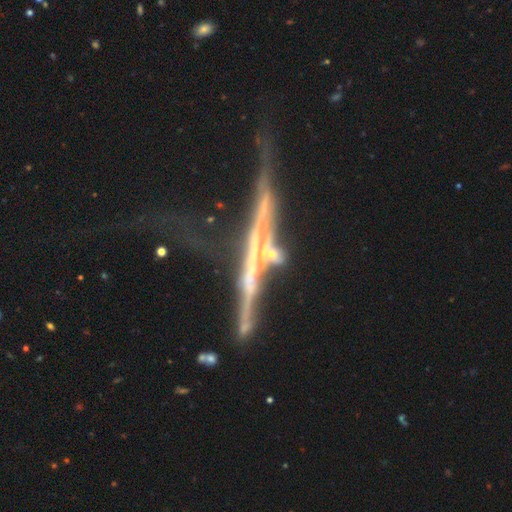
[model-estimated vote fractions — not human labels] smooth-or-featured: featured or disk: 78% | star or artifact: 11% | smooth: 11%
  disk-edge-on: yes: 90% | no: 10%
    edge-on-bulge: none: 70% | rounded: 21% | boxy: 9%
  merging: none: 37% | merger: 23% | minor disturbance: 21% | major disturbance: 20%